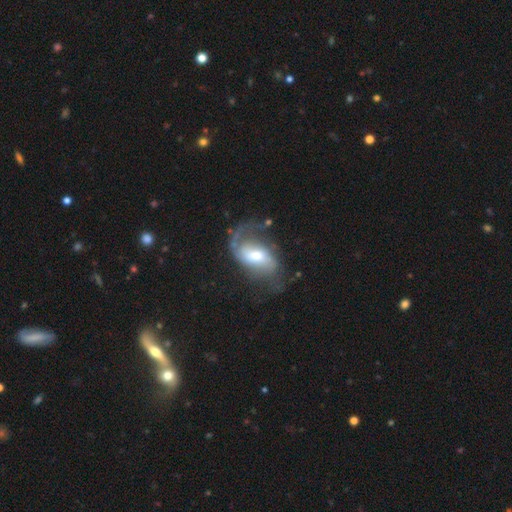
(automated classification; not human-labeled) A featured or disk galaxy (71%) with no bar (40%, tied with weak), 2 (61%) loose (54%) spiral arms (87%) and a moderate central bulge (57%). Merging: none (45%).